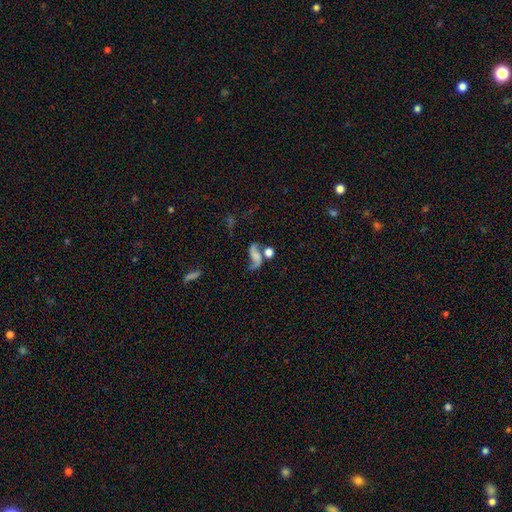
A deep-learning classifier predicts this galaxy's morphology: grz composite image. It shows a featured or disk galaxy (59%) with no bar (62%), spiral arms (85%) and no central bulge (56%). Merging: none (36%).